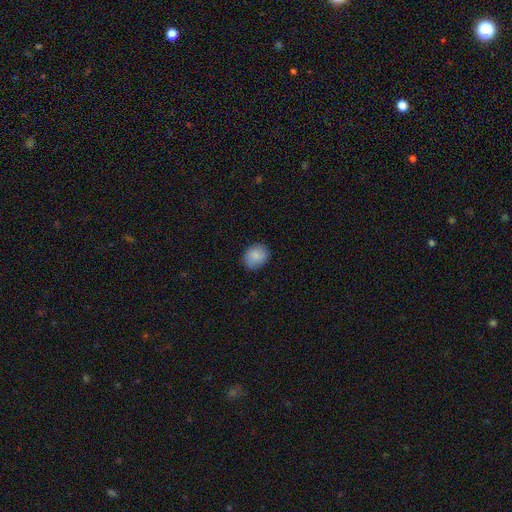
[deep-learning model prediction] smooth-or-featured: smooth: 88% | star or artifact: 7% | featured or disk: 5%
  how-rounded: round: 61% | in between: 38% | cigar-shaped: 1%
  merging: none: 86% | minor disturbance: 11% | major disturbance: 2% | merger: 1%